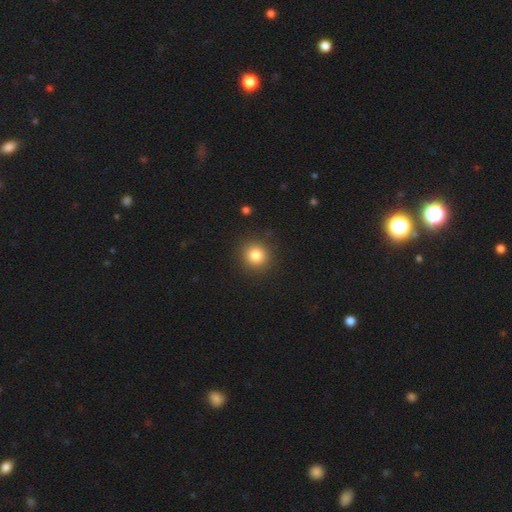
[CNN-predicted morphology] smooth-or-featured: smooth: 82% | star or artifact: 12% | featured or disk: 6%
  how-rounded: round: 90% | in between: 9% | cigar-shaped: 1%
  merging: none: 90% | minor disturbance: 6% | major disturbance: 2% | merger: 1%